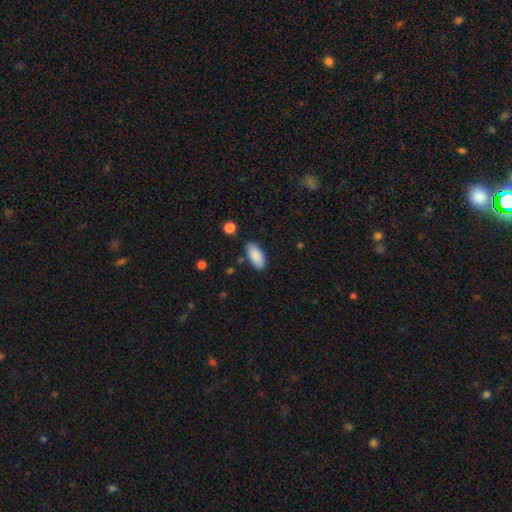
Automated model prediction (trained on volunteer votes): Smooth or featured: smooth — 89% (star or artifact — 6%)
How rounded: in between — 90% (cigar-shaped — 8%)
Merging: none — 82% (minor disturbance — 12%)